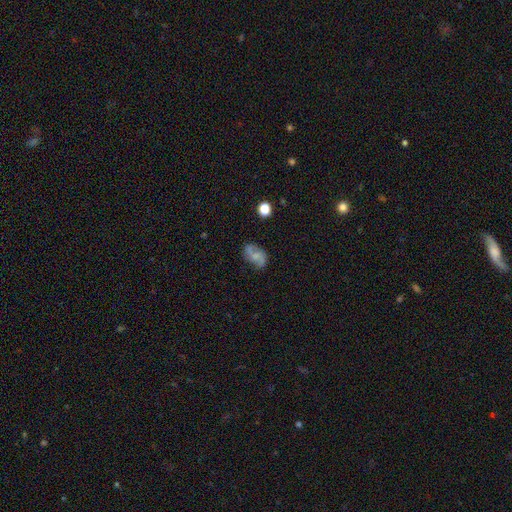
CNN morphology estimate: Smooth or featured? featured or disk (57%)
Edge-on disk? no (97%)
Bar? no (59%)
Spiral arms? yes (83%)
Bulge size? small (45%)
Merging? none (64%)